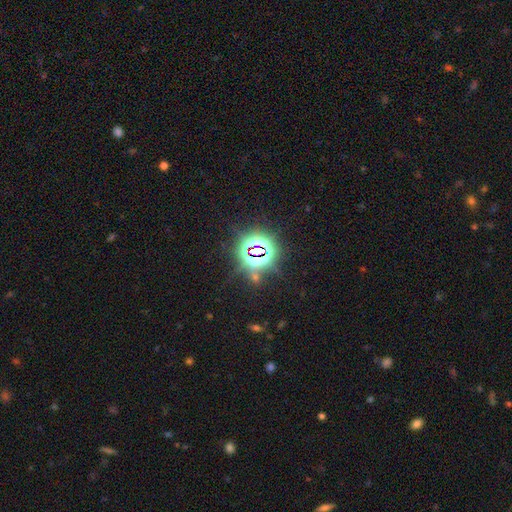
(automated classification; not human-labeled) This is clearly a star or artifact rather than a galaxy (82%).